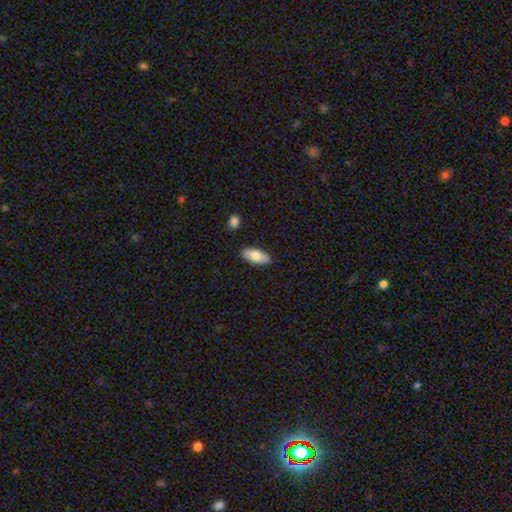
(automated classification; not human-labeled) A smooth galaxy with no disk features (77%) that is in between round and cigar-shaped (88%). Merging: none (86%).